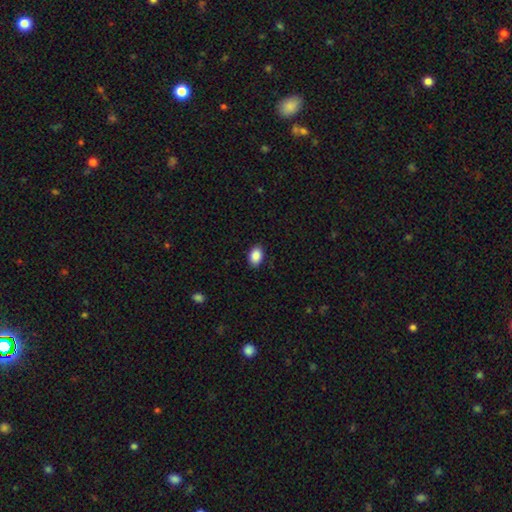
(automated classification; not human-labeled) Morphology: type=smooth (89%); roundness=in between (84%); merging=none (88%).